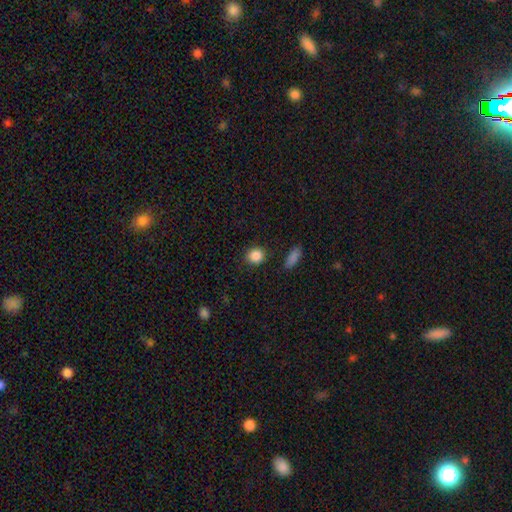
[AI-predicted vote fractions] Morphology: type=smooth (87%); roundness=round (79%); merging=none (88%).